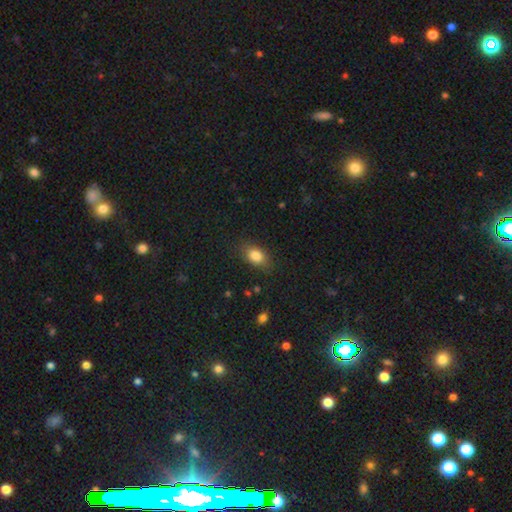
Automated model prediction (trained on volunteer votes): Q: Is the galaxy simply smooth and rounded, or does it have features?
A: smooth — 84%.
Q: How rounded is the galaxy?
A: in between — 81%.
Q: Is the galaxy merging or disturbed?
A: none — 81%.